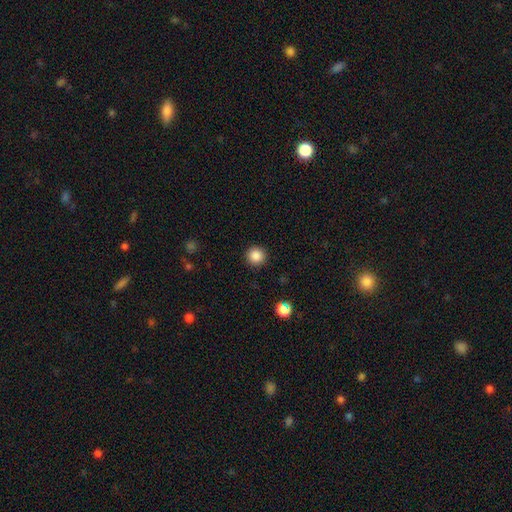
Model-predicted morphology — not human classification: smooth-or-featured: smooth: 87% | star or artifact: 11% | featured or disk: 3%
  how-rounded: round: 95% | in between: 4% | cigar-shaped: 1%
  merging: none: 92% | minor disturbance: 5% | major disturbance: 2% | merger: 1%